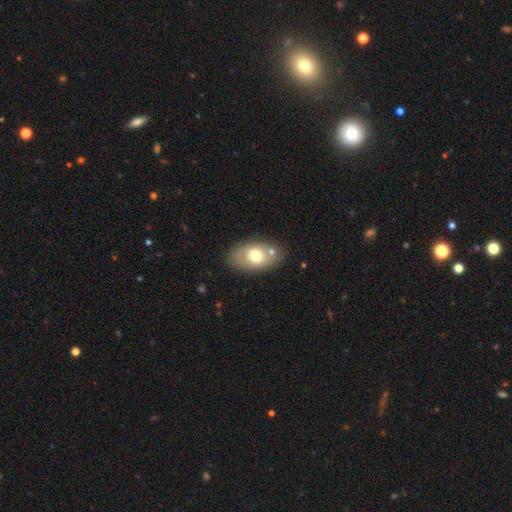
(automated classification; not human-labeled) Smooth or featured?
  - smooth: 65% *
  - featured or disk: 27%
  - star or artifact: 7%
How rounded?
  - in between: 88% *
  - round: 10%
  - cigar-shaped: 2%
Merging?
  - none: 71% *
  - minor disturbance: 14%
  - merger: 11%
  - major disturbance: 4%